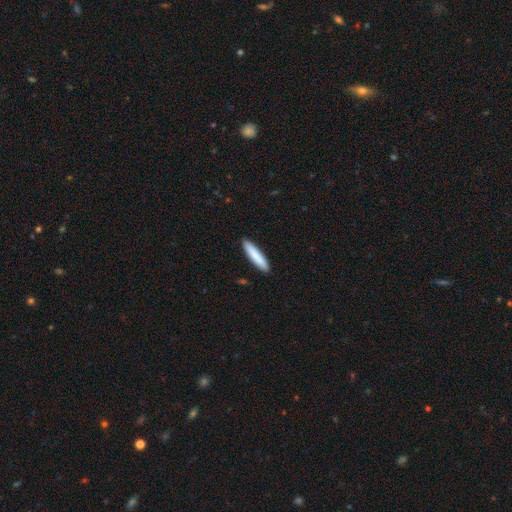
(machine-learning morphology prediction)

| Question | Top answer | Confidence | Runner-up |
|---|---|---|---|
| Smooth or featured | smooth | 85% | featured or disk (10%) |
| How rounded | cigar-shaped | 85% | in between (13%) |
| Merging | none | 91% | minor disturbance (7%) |